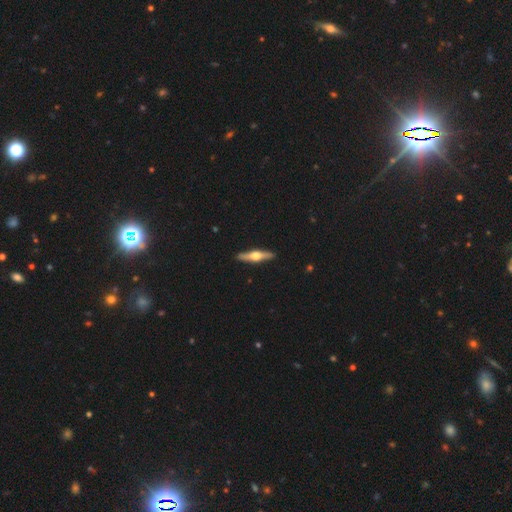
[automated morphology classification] This appears to be a featured or disk galaxy (68%) viewed edge-on (96%) with a rounded central bulge (95%). Merging: none (91%).